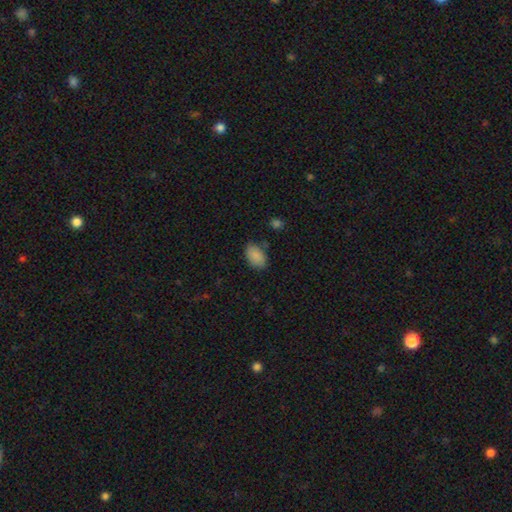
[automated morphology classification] This is clearly a smooth galaxy (88%). How rounded: clearly in between (90%). Merging: likely none (78%).